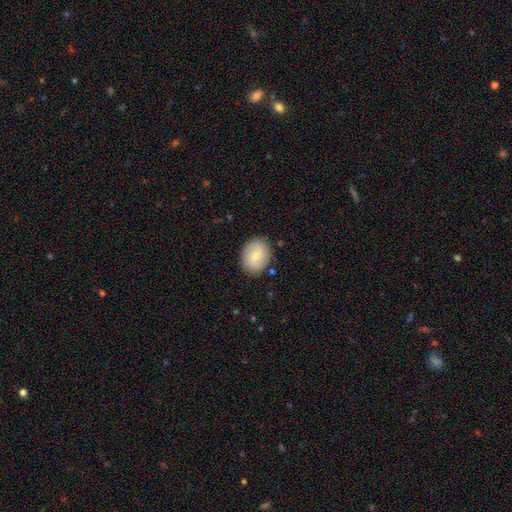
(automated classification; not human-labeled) smooth 69%, featured or disk 25%, star or artifact 7%. Down the decision tree: how rounded — in between (51%); merging — none (86%).